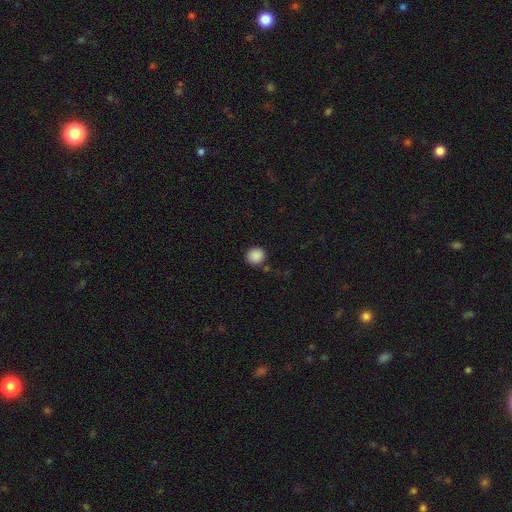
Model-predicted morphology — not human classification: smooth-or-featured: smooth: 88% | star or artifact: 9% | featured or disk: 3%
  how-rounded: round: 84% | in between: 15% | cigar-shaped: 1%
  merging: none: 84% | minor disturbance: 10% | merger: 3% | major disturbance: 3%